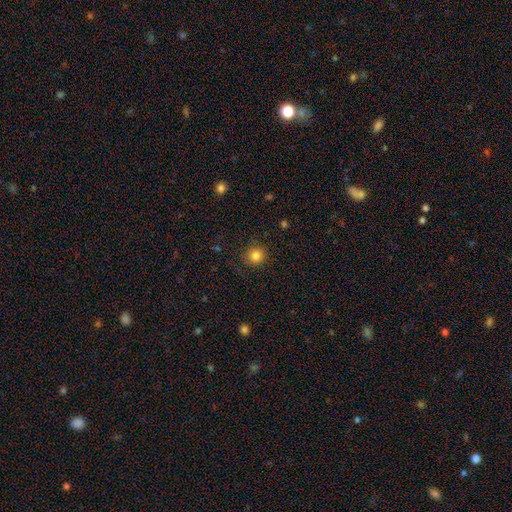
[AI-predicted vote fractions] Q: Smooth or featured?
A: smooth (84%); runner-up: star or artifact (11%)
Q: How rounded?
A: round (91%); runner-up: in between (8%)
Q: Merging?
A: none (87%); runner-up: minor disturbance (9%)